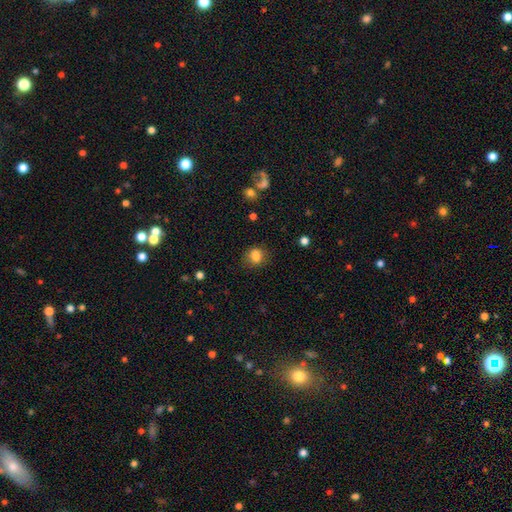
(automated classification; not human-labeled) smooth-or-featured: smooth: 84% | star or artifact: 10% | featured or disk: 6%
  how-rounded: round: 57% | in between: 42% | cigar-shaped: 1%
  merging: none: 77% | minor disturbance: 16% | major disturbance: 5% | merger: 2%